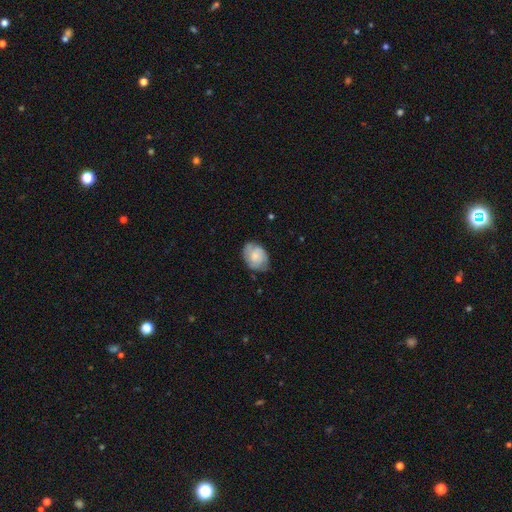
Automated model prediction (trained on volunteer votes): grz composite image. It shows a smooth galaxy with no disk features (54%) that is in between round and cigar-shaped (69%). Merging: none (66%).